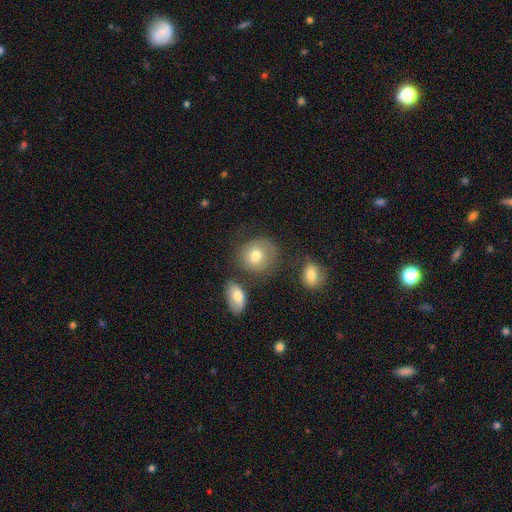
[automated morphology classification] smooth 70%, featured or disk 21%, star or artifact 8%. Down the decision tree: how rounded — round (76%); merging — none (59%).